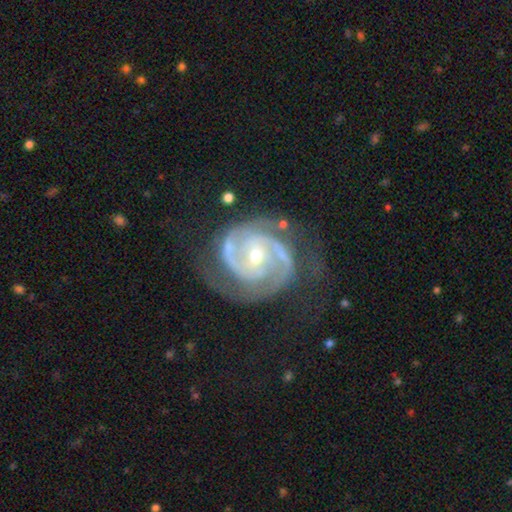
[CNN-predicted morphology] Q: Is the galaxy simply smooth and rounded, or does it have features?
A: featured or disk — 92%.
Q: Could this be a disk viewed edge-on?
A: no — 98%.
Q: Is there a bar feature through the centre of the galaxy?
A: no — 51%.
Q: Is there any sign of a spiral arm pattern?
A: yes — 98%.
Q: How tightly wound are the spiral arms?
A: tight — 54%.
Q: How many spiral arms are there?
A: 2 — 72%.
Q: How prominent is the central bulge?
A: small — 63%.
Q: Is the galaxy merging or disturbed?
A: none — 66%.